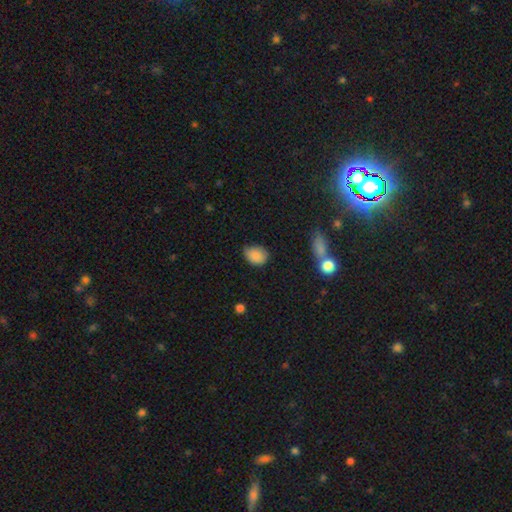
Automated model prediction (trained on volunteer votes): This appears to be a smooth galaxy with no disk features (85%) that is in between round and cigar-shaped (60%). Merging: none (67%).